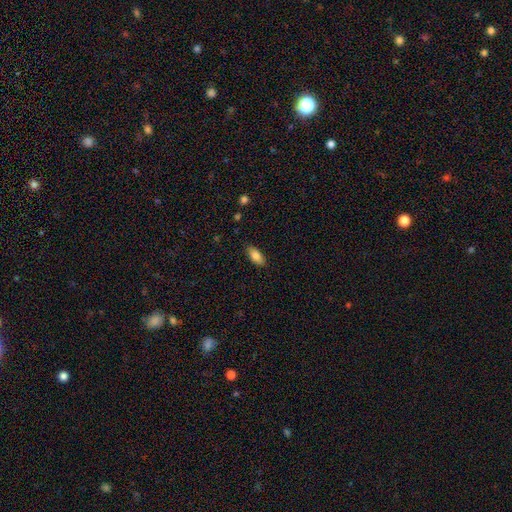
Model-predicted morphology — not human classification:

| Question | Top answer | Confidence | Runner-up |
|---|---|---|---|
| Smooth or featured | smooth | 84% | featured or disk (9%) |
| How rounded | in between | 87% | cigar-shaped (11%) |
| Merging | none | 86% | minor disturbance (11%) |